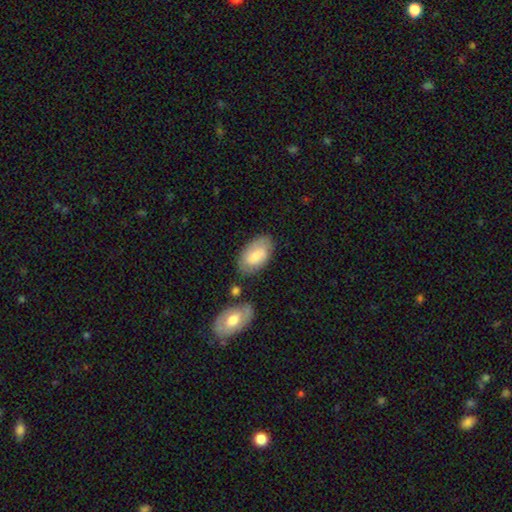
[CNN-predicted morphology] A smooth galaxy with no disk features (65%) that is in between round and cigar-shaped (94%).

Vote fractions:
- Smooth or featured? smooth: 65% / featured or disk: 29% / star or artifact: 6%
- How rounded? in between: 94% / round: 4% / cigar-shaped: 2%
- Merging? none: 69% / minor disturbance: 19% / merger: 7% / major disturbance: 5%